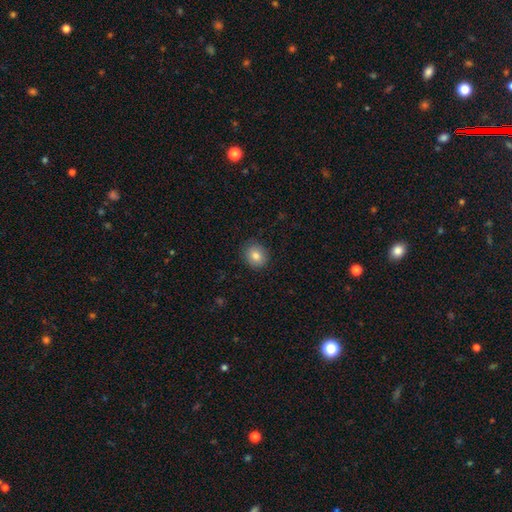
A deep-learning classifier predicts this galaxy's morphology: Q: Smooth or featured?
A: smooth (82%); runner-up: star or artifact (9%)
Q: How rounded?
A: round (74%); runner-up: in between (25%)
Q: Merging?
A: none (87%); runner-up: minor disturbance (10%)